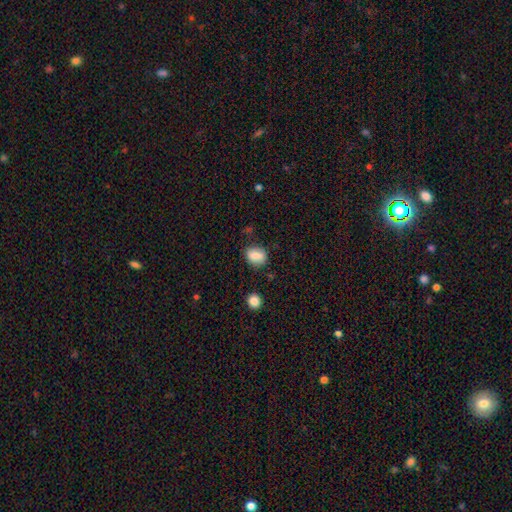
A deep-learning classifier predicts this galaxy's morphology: A smooth galaxy with no disk features (82%) that is in between round and cigar-shaped (61%). Merging: none (77%).